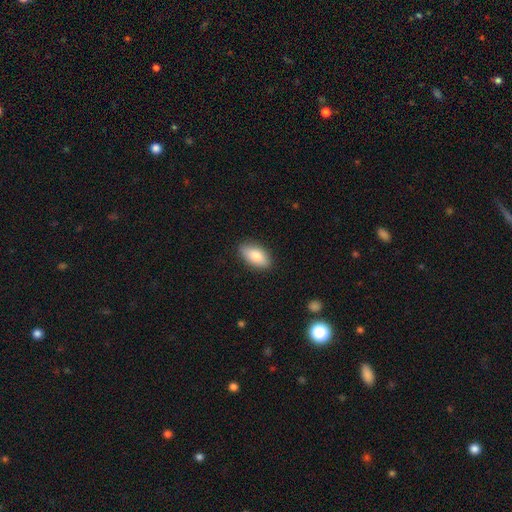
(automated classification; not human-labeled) Smooth or featured?
  - smooth: 82% *
  - featured or disk: 12%
  - star or artifact: 6%
How rounded?
  - in between: 90% *
  - cigar-shaped: 6%
  - round: 4%
Merging?
  - none: 87% *
  - minor disturbance: 10%
  - major disturbance: 2%
  - merger: 1%